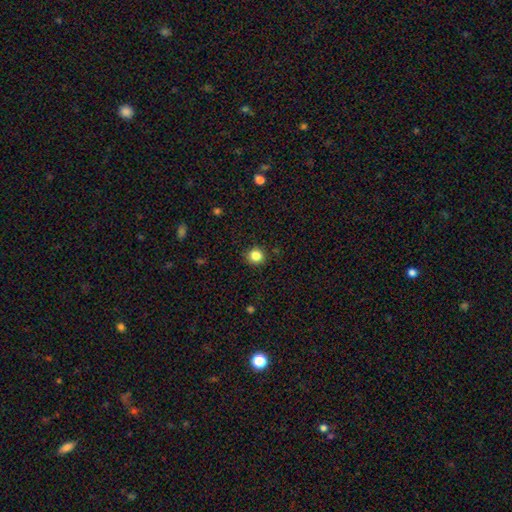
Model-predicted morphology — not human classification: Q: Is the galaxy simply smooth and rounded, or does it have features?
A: smooth — 84%.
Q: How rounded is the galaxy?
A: round — 89%.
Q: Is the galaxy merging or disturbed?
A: none — 90%.